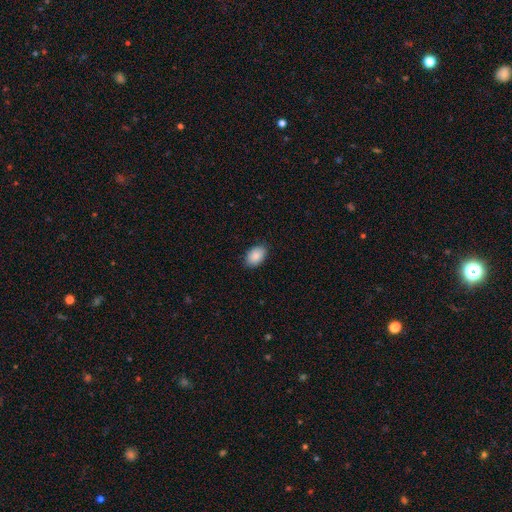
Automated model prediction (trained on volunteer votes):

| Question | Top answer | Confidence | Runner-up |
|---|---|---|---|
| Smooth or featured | smooth | 90% | star or artifact (6%) |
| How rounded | in between | 90% | round (9%) |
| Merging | none | 86% | minor disturbance (11%) |